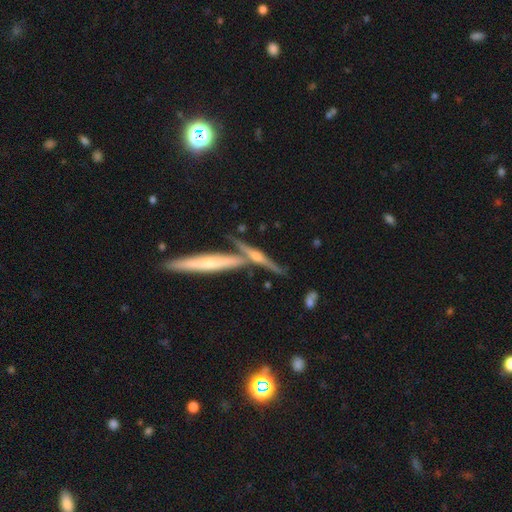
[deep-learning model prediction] smooth_or_featured: featured or disk (p=0.72) [alt: smooth p=0.19]
disk_edge_on: yes (p=0.95) [alt: no p=0.05]
edge_on_bulge: rounded (p=0.82) [alt: boxy p=0.10]
merging: none (p=0.61) [alt: merger p=0.24]